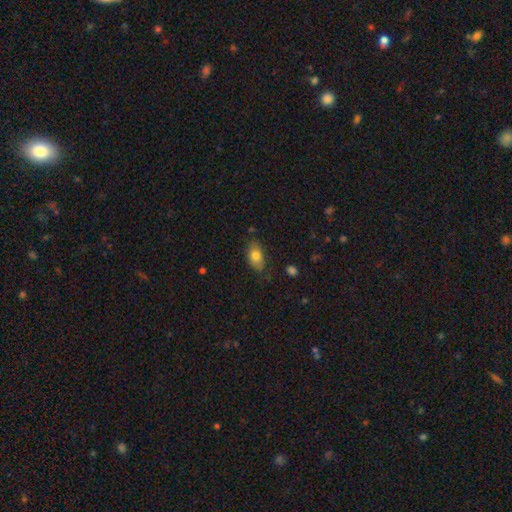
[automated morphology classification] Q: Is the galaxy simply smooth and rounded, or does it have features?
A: smooth — 78%.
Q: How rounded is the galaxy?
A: in between — 88%.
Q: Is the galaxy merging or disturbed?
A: none — 73%.